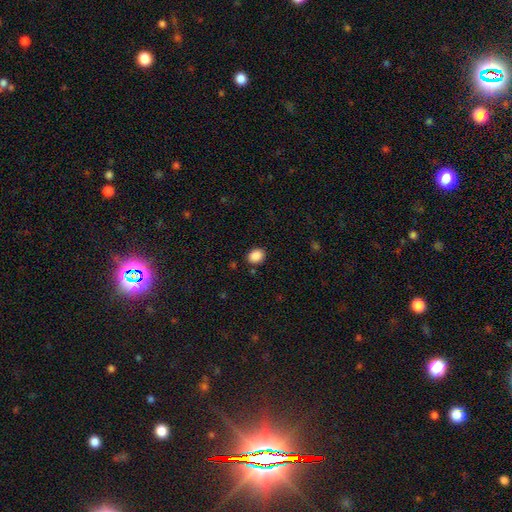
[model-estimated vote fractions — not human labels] Smooth or featured? smooth (88%)
How rounded? round (52%)
Merging? none (87%)